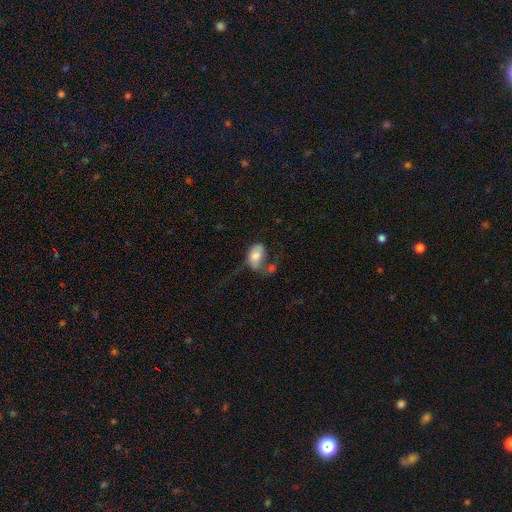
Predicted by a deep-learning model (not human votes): smooth 68%, featured or disk 25%, star or artifact 7%. Down the decision tree: how rounded — in between (88%); merging — major disturbance (36%).